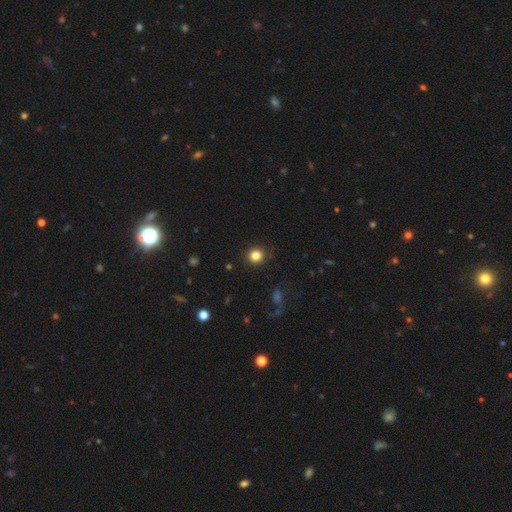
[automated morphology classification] Smooth or featured?
  - smooth: 83% *
  - star or artifact: 12%
  - featured or disk: 5%
How rounded?
  - round: 93% *
  - in between: 7%
  - cigar-shaped: 1%
Merging?
  - none: 91% *
  - minor disturbance: 6%
  - major disturbance: 2%
  - merger: 1%